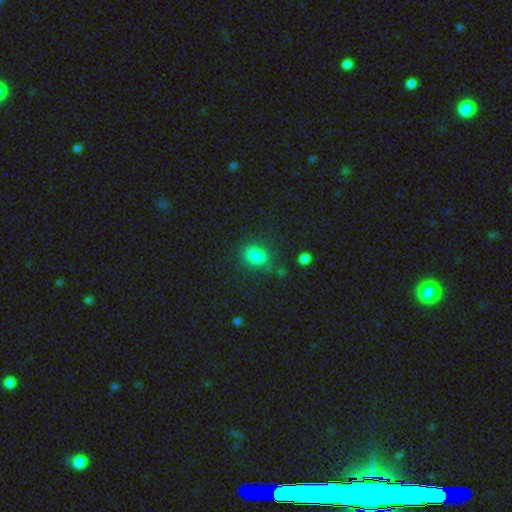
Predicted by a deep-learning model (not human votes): A smooth galaxy with no disk features (81%) that is in between round and cigar-shaped (56%).

Vote fractions:
- Smooth or featured? smooth: 81% / star or artifact: 13% / featured or disk: 6%
- How rounded? in between: 56% / round: 42% / cigar-shaped: 2%
- Merging? none: 77% / minor disturbance: 15% / major disturbance: 5% / merger: 4%